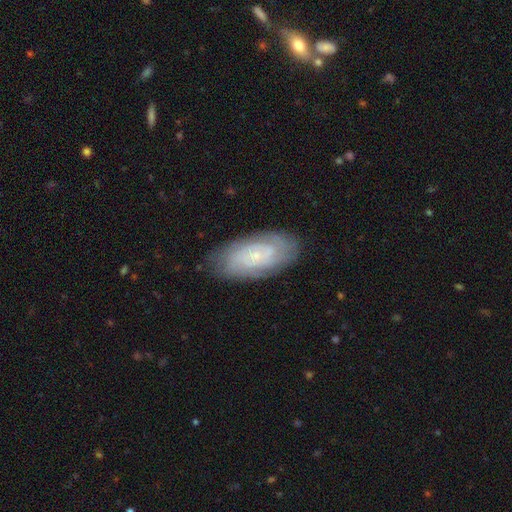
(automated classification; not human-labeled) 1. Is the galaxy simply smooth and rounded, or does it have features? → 72% featured or disk, 21% smooth, 7% star or artifact.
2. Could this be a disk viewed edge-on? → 93% no, 7% yes.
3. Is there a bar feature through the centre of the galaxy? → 74% no, 21% weak, 4% strong.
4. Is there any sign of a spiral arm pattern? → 91% yes, 9% no.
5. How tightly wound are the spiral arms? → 73% tight, 22% medium, 5% loose.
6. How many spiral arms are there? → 46% can't tell, 28% 2, 11% 3, 7% 4, 4% more than 4, 4% 1.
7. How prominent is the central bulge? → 82% small, 12% moderate, 4% none, 1% large, 1% dominant.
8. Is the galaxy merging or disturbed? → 80% none, 15% minor disturbance, 4% major disturbance, 1% merger.